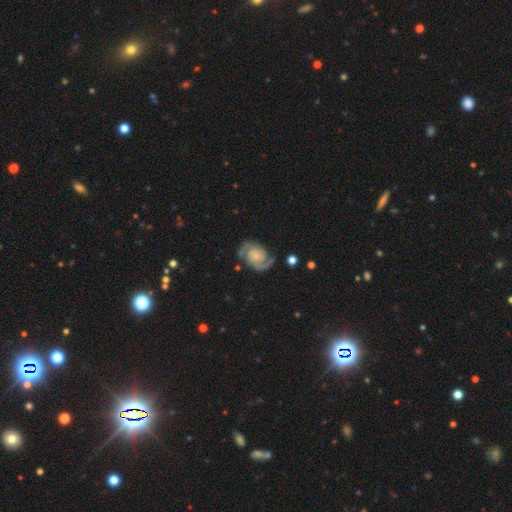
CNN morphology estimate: A featured or disk galaxy (89%) with no bar (65%), 2 (92%) medium (48%) spiral arms (98%) and a small central bulge (47%).

Vote fractions:
- Smooth or featured? featured or disk: 89% / smooth: 7% / star or artifact: 5%
- Edge-on disk? no: 98% / yes: 2%
- Bar? no: 65% / weak: 28% / strong: 6%
- Spiral arms? yes: 98% / no: 2%
- Spiral winding? medium: 48% / tight: 39% / loose: 12%
- Spiral arm count? 2: 92% / can't tell: 3% / 1: 2% / 3: 2% / 4: 1% / more than 4: 1%
- Bulge size? small: 47% / none: 24% / moderate: 22% / large: 6% / dominant: 2%
- Merging? none: 74% / minor disturbance: 17% / major disturbance: 7% / merger: 2%